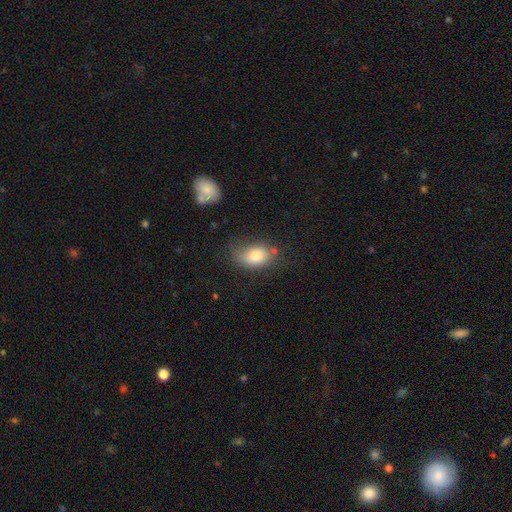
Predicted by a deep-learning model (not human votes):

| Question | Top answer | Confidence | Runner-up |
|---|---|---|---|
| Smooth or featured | smooth | 81% | featured or disk (11%) |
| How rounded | in between | 86% | round (12%) |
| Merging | none | 53% | minor disturbance (30%) |